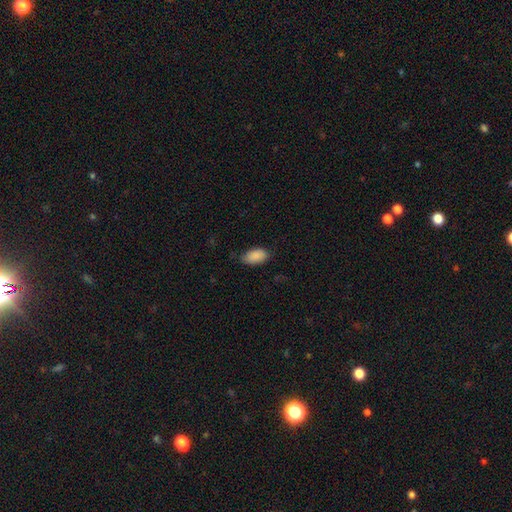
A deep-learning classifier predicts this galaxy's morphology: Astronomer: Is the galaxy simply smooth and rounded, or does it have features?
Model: smooth — 89%.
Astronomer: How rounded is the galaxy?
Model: in between — 94%.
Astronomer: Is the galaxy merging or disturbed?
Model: none — 72%.